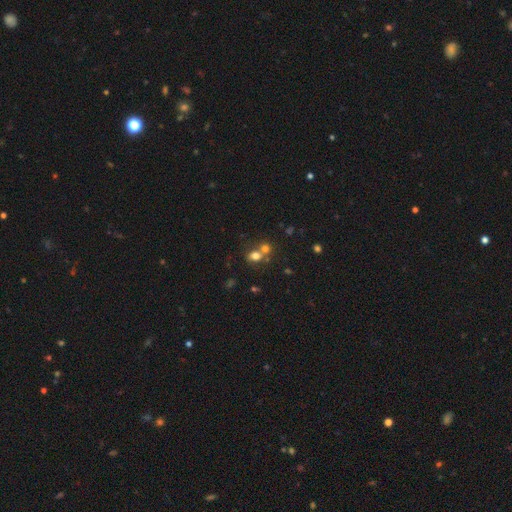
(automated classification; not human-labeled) Smooth or featured? smooth (72%)
How rounded? round (60%)
Merging? merger (51%)